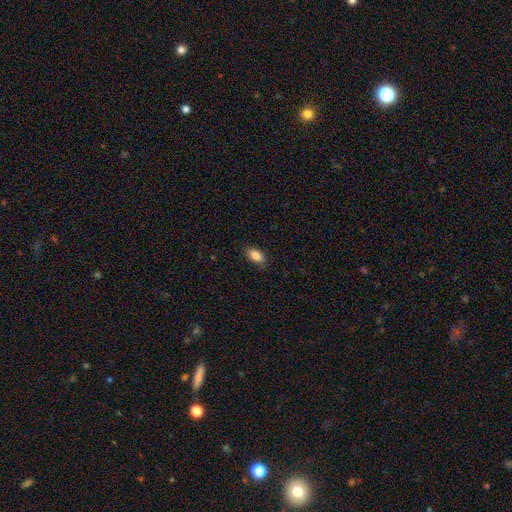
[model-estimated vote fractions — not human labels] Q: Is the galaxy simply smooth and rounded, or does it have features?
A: smooth — 87%.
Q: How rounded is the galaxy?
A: in between — 91%.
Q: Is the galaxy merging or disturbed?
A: none — 82%.